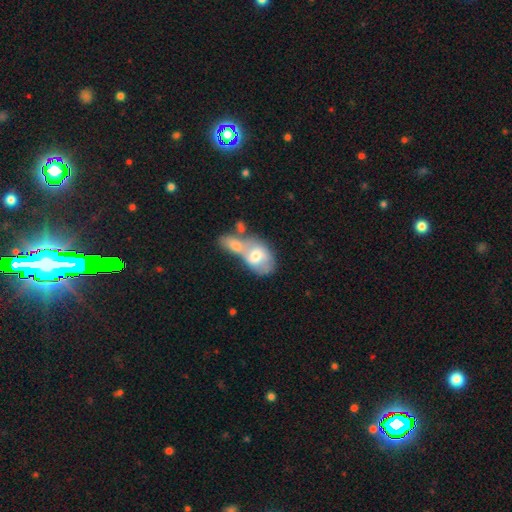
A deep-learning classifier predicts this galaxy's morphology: Smooth or featured? smooth (55%)
How rounded? in between (79%)
Merging? merger (67%)